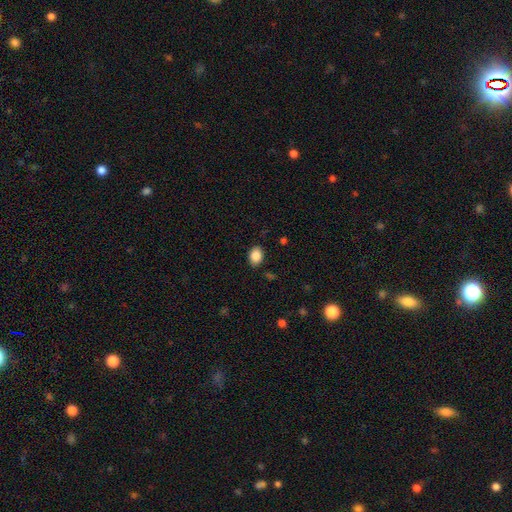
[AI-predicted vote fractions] Smooth or featured?
  - smooth: 87% *
  - star or artifact: 8%
  - featured or disk: 5%
How rounded?
  - in between: 75% *
  - round: 24%
  - cigar-shaped: 1%
Merging?
  - none: 86% *
  - minor disturbance: 11%
  - major disturbance: 2%
  - merger: 1%